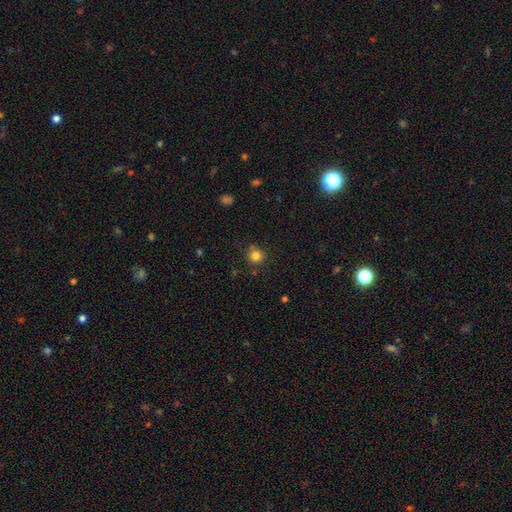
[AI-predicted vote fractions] smooth 81%, star or artifact 13%, featured or disk 6%. Down the decision tree: how rounded — round (93%); merging — none (84%).